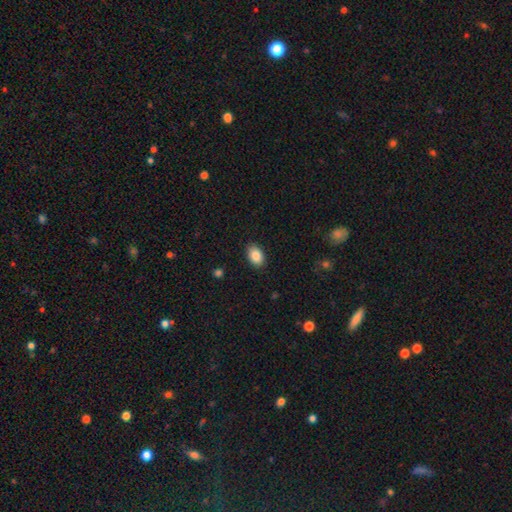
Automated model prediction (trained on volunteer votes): Smooth or featured? smooth (86%)
How rounded? in between (85%)
Merging? none (88%)